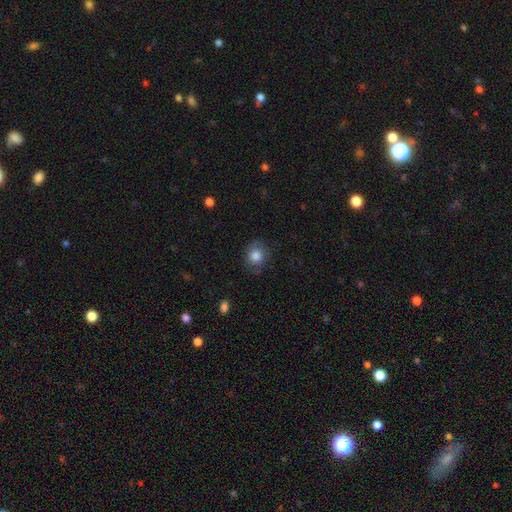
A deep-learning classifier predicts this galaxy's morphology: Smooth or featured? smooth (82%)
How rounded? round (72%)
Merging? none (78%)